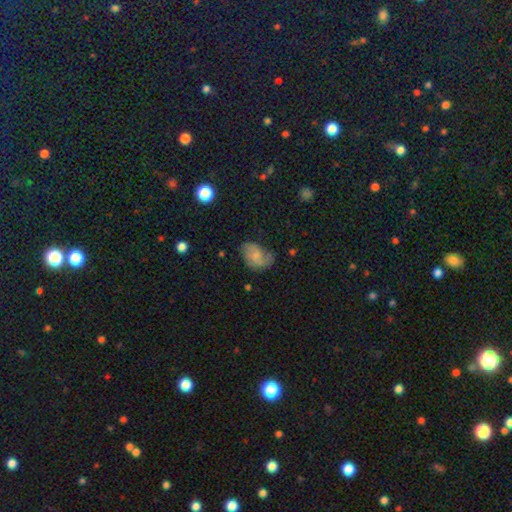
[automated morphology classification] This is possibly a featured or disk galaxy (47%). Merging: possibly none (47%).